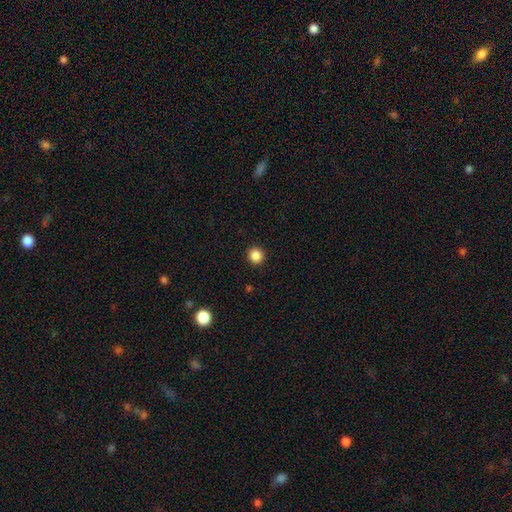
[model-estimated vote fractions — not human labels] Smooth or featured: smooth — 87% (star or artifact — 10%)
How rounded: round — 92% (in between — 7%)
Merging: none — 93% (minor disturbance — 5%)